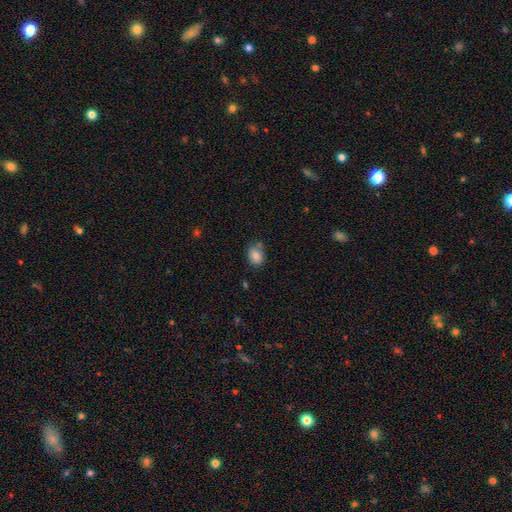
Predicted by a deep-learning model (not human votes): Overall: smooth (82%). How rounded: in between (61%; round 38%). Merging: none (67%).